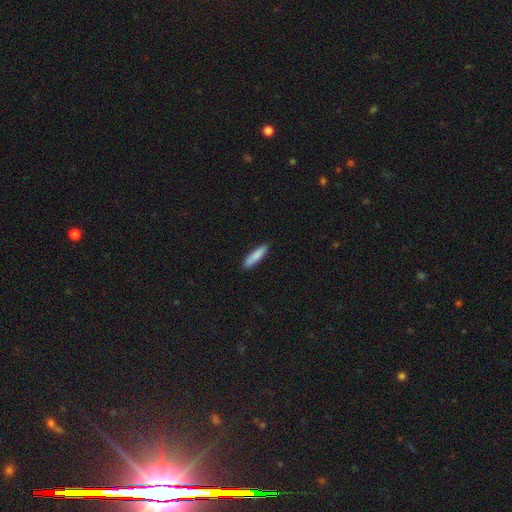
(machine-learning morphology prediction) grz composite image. It shows a smooth galaxy with no disk features (86%) that is cigar-shaped (79%). Merging: none (89%).